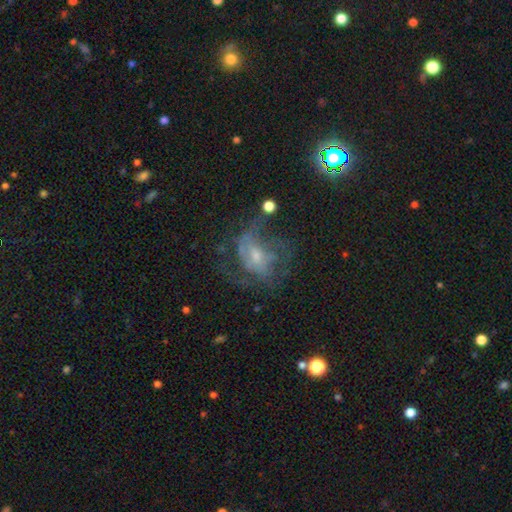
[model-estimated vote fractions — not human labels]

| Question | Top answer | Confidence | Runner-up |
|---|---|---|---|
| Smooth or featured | featured or disk | 67% | smooth (20%) |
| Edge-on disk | no | 97% | yes (3%) |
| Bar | no | 60% | weak (33%) |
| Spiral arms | yes | 65% | no (35%) |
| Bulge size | small | 55% | moderate (35%) |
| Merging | none | 40% | major disturbance (37%) |